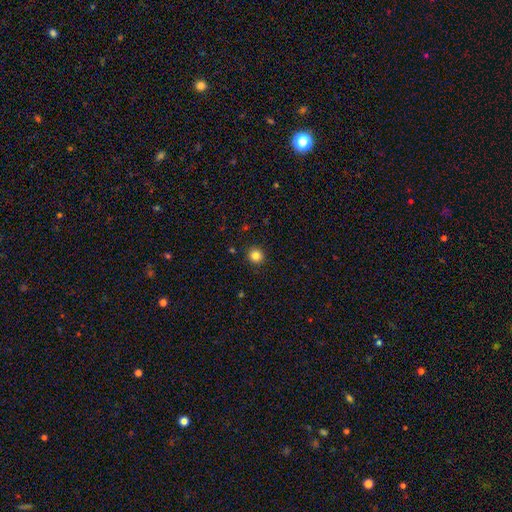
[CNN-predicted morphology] This appears to be a smooth galaxy with no disk features (84%) that is round (93%). Merging: none (91%).